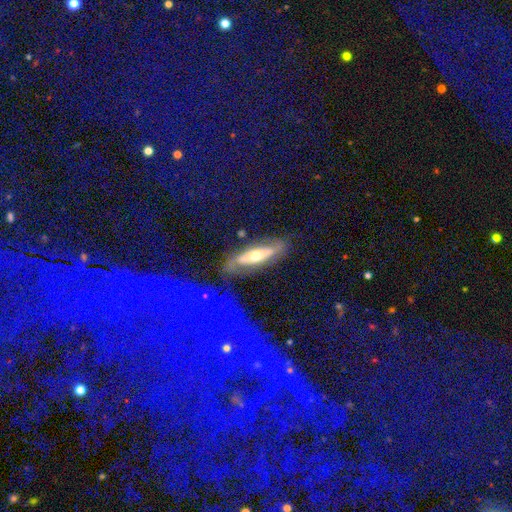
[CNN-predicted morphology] Smooth or featured? Predicted: featured or disk (p=0.64). Edge-on disk? Predicted: no (p=0.68). Merging? Predicted: none (p=0.69).